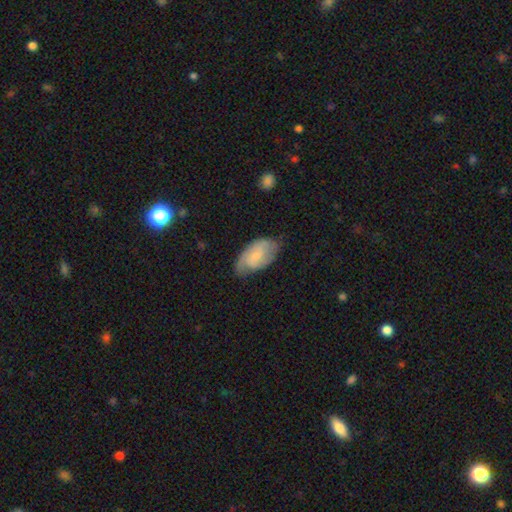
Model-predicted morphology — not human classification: Smooth or featured? featured or disk (58%)
Edge-on disk? no (96%)
Bar? no (51%)
Spiral arms? yes (89%)
Bulge size? small (54%)
Merging? none (63%)